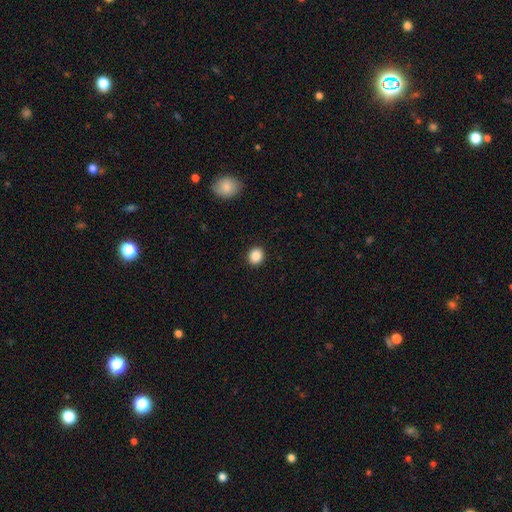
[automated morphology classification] Overall: smooth (88%). How rounded: round (77%). Merging: none (92%).